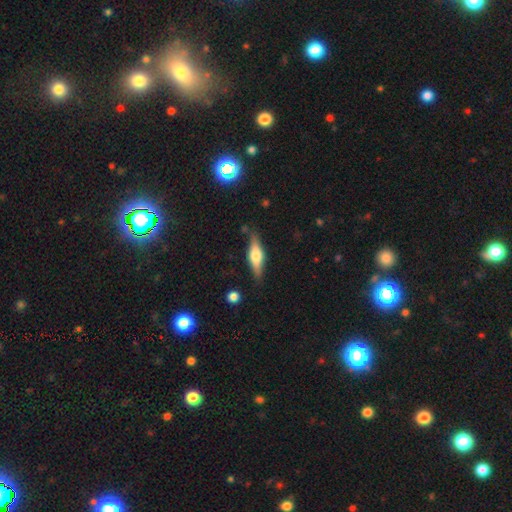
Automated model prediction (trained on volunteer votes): Smooth or featured? featured or disk (56%)
Edge-on disk? yes (93%)
Edge-on bulge? rounded (89%)
Merging? none (82%)